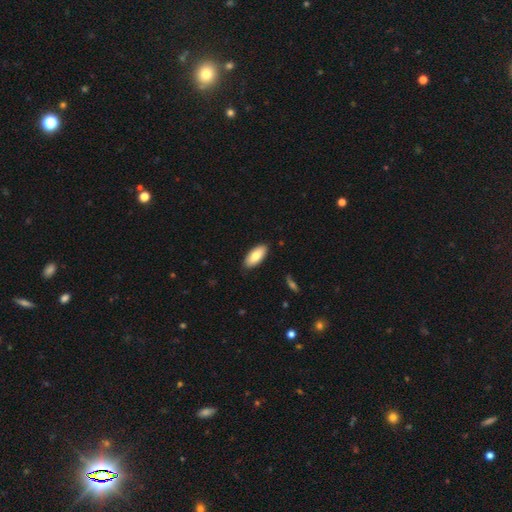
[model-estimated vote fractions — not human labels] Smooth or featured? smooth (79%)
How rounded? in between (88%)
Merging? none (88%)